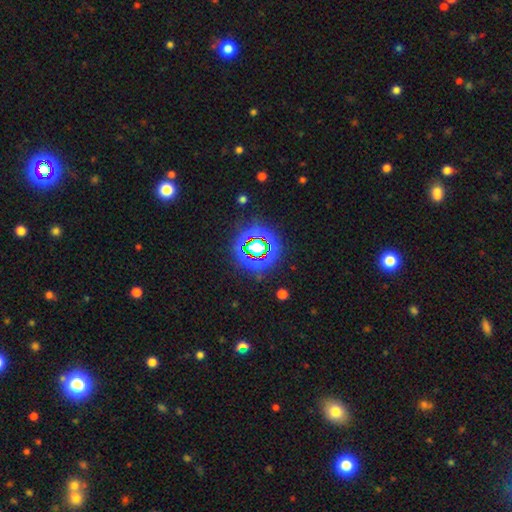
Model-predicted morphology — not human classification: smooth-or-featured: star or artifact: 78% | smooth: 13% | featured or disk: 9%